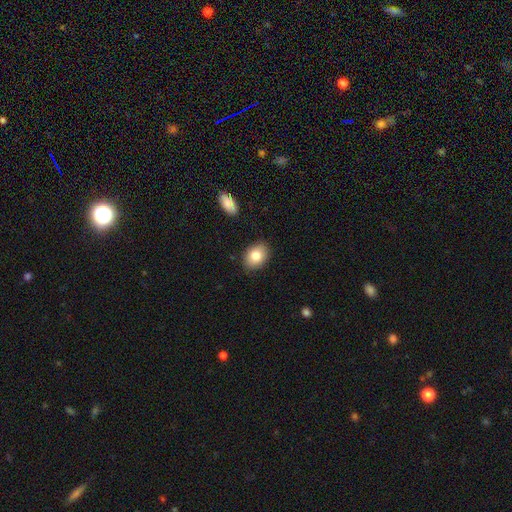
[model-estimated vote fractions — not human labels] Morphology: type=smooth (81%); roundness=in between (72%); merging=none (86%).